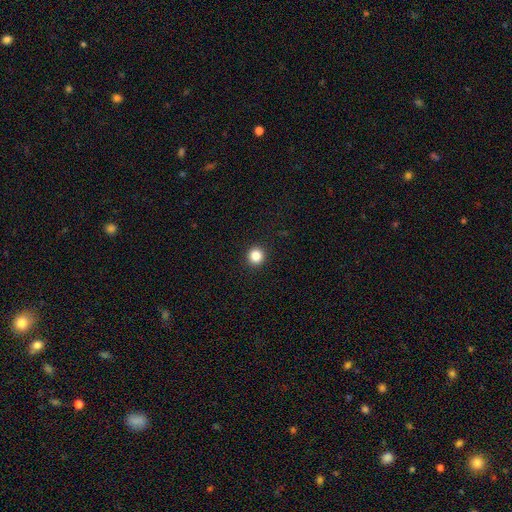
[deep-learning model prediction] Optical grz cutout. It shows a smooth galaxy with no disk features (85%) that is round (94%). Merging: none (93%).